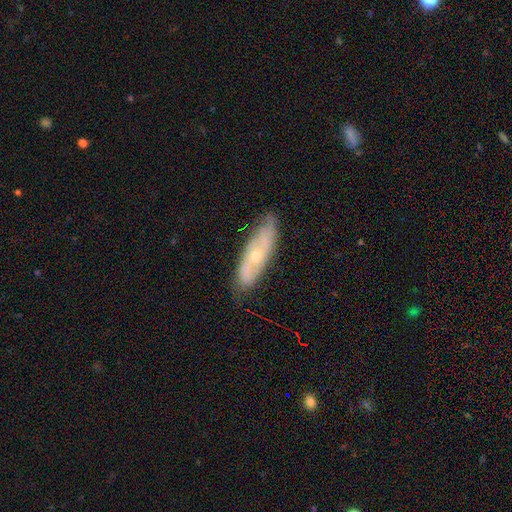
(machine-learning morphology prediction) type=featured or disk (63%); edge-on=no (73%); merging=none (74%).